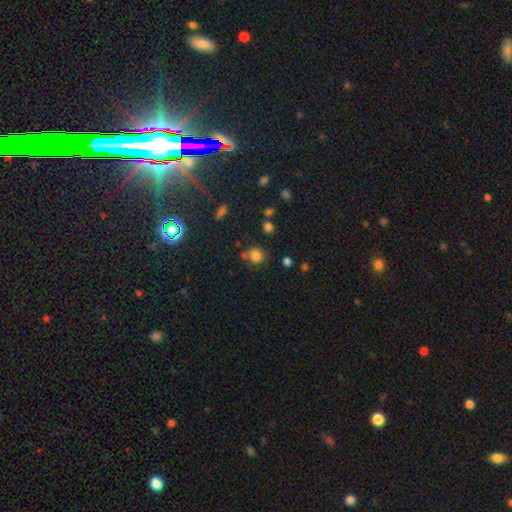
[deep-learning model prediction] Smooth or featured: smooth — 78% (star or artifact — 16%)
How rounded: round — 79% (in between — 20%)
Merging: none — 66% (minor disturbance — 17%)